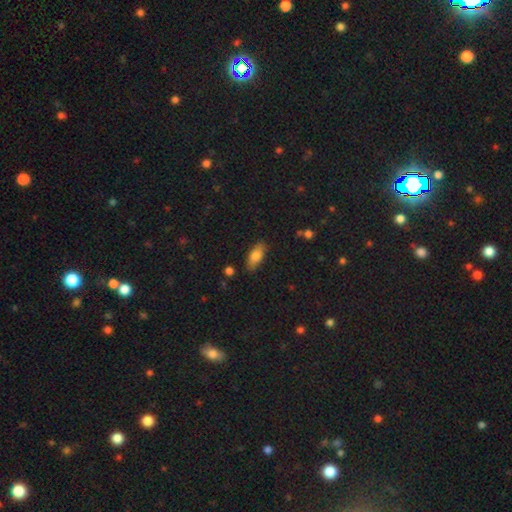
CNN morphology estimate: Smooth or featured?
  - smooth: 78% *
  - featured or disk: 14%
  - star or artifact: 7%
How rounded?
  - in between: 83% *
  - cigar-shaped: 15%
  - round: 3%
Merging?
  - none: 84% *
  - minor disturbance: 12%
  - major disturbance: 2%
  - merger: 2%